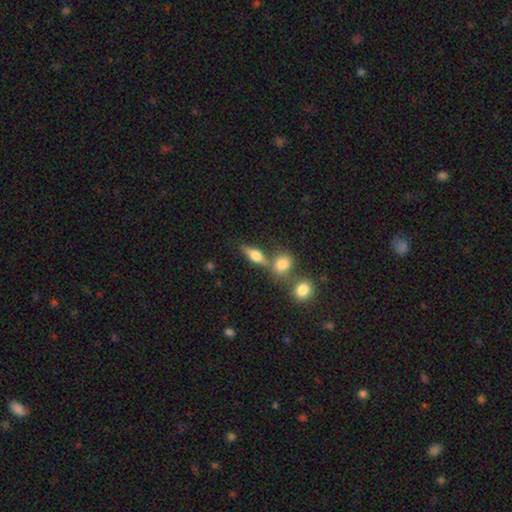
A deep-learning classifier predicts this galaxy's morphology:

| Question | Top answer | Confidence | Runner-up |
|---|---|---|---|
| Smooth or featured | smooth | 60% | featured or disk (31%) |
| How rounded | in between | 63% | cigar-shaped (23%) |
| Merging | none | 56% | merger (27%) |